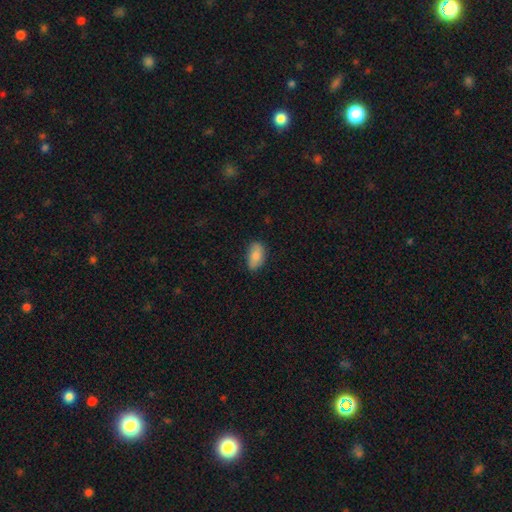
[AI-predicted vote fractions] smooth_or_featured: smooth (p=0.81) [alt: featured or disk p=0.13]
how_rounded: in between (p=0.92) [alt: round p=0.05]
merging: none (p=0.75) [alt: minor disturbance p=0.21]